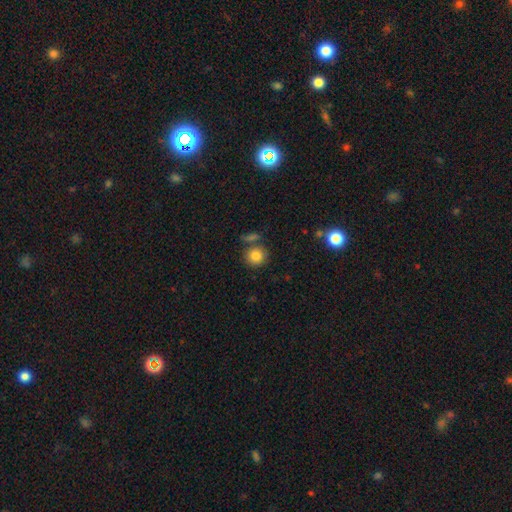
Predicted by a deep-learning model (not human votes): smooth_or_featured: smooth (p=0.83) [alt: star or artifact p=0.10]
how_rounded: round (p=0.88) [alt: in between p=0.11]
merging: none (p=0.73) [alt: merger p=0.13]